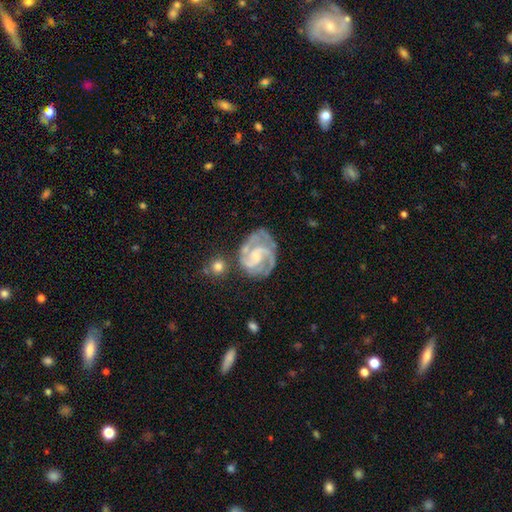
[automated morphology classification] A featured or disk galaxy (89%) with no bar (46%), 2 (57%) medium (47%) spiral arms (97%) and a small central bulge (59%). Merging: none (62%).